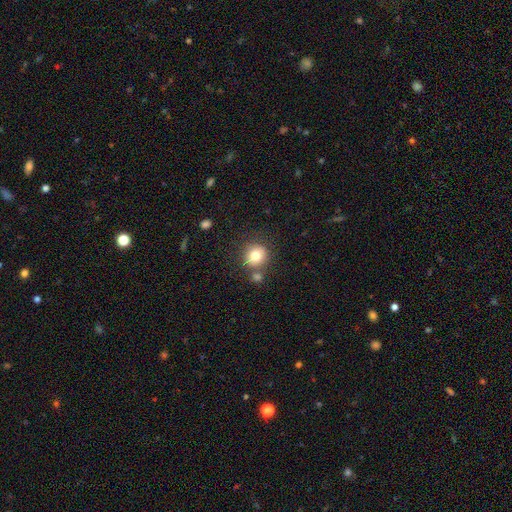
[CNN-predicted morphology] A smooth galaxy with no disk features (78%) that is round (88%).

Vote fractions:
- Smooth or featured? smooth: 78% / star or artifact: 11% / featured or disk: 11%
- How rounded? round: 88% / in between: 11% / cigar-shaped: 1%
- Merging? none: 70% / merger: 16% / minor disturbance: 10% / major disturbance: 3%